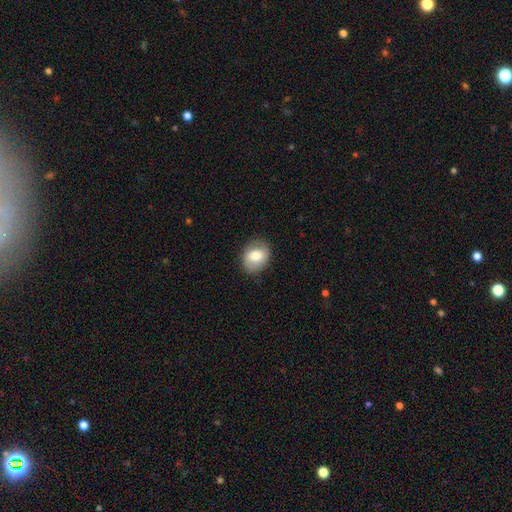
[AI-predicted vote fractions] Smooth or featured: smooth — 72% (featured or disk — 20%)
How rounded: in between — 51% (round — 48%)
Merging: none — 83% (minor disturbance — 12%)